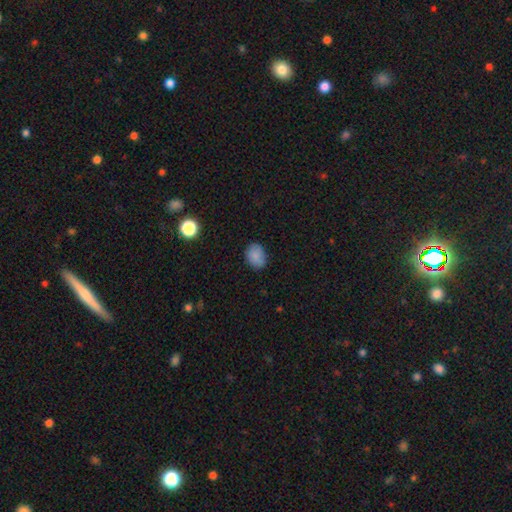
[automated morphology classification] Smooth or featured?
  - smooth: 81% *
  - featured or disk: 9%
  - star or artifact: 9%
How rounded?
  - in between: 63% *
  - round: 36%
  - cigar-shaped: 1%
Merging?
  - none: 80% *
  - minor disturbance: 16%
  - major disturbance: 3%
  - merger: 1%